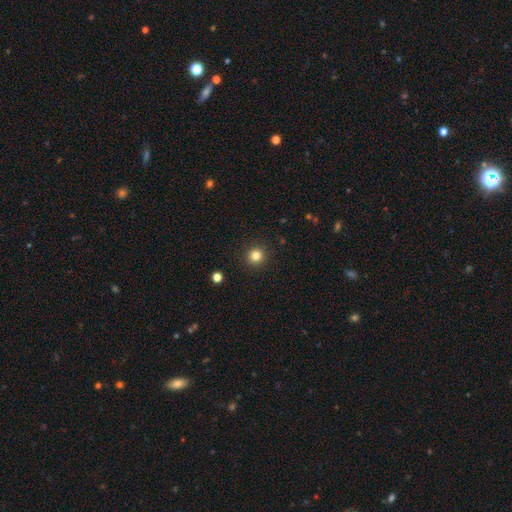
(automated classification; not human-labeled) The model was most divided on "smooth or featured": smooth: 82%, star or artifact: 13%, featured or disk: 5%. More confident: how rounded — round (95%); merging — none (92%).